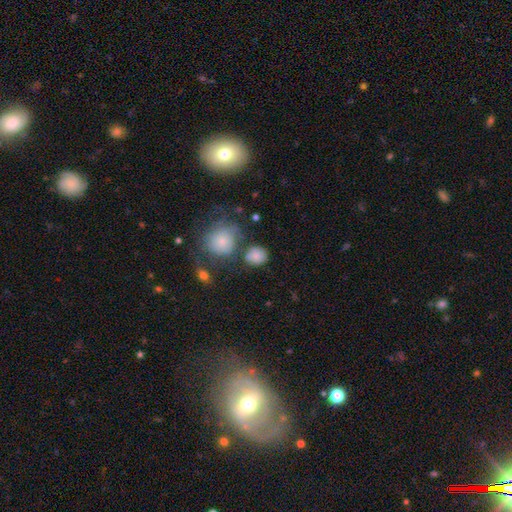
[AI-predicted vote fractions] Smooth or featured? Predicted: smooth (p=0.78). How rounded? Predicted: round (p=0.74). Merging? Predicted: none (p=0.56).